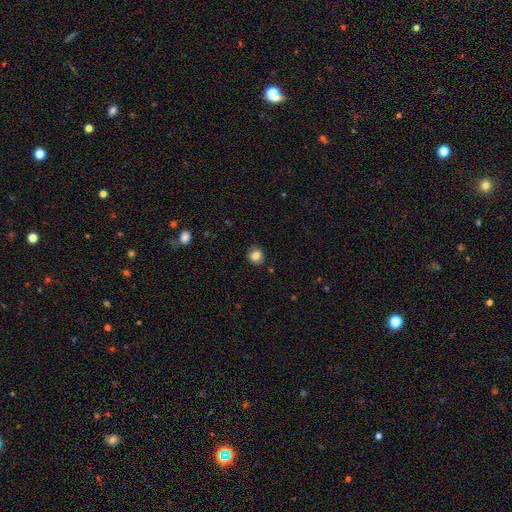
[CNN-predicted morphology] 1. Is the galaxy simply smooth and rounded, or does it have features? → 83% smooth, 10% star or artifact, 7% featured or disk.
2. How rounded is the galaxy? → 76% round, 23% in between, 1% cigar-shaped.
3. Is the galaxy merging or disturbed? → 85% none, 11% minor disturbance, 3% major disturbance, 1% merger.